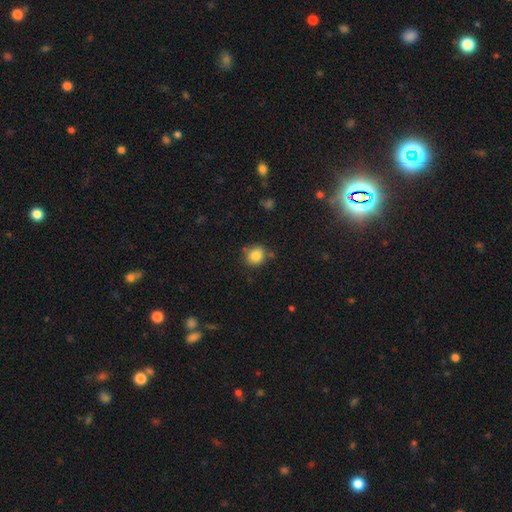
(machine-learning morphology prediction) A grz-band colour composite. It shows a smooth galaxy with no disk features (83%) that is round (80%). Merging: none (76%).